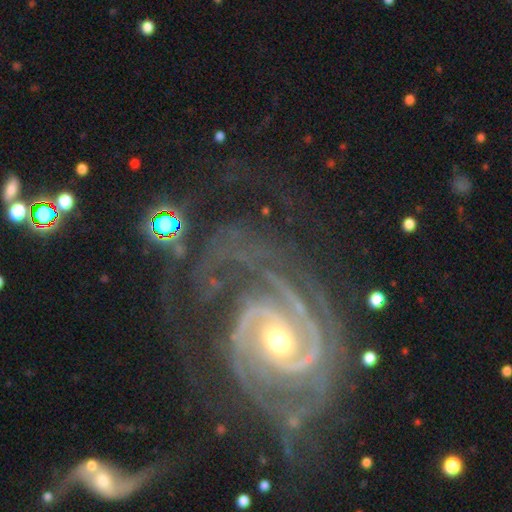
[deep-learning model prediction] Smooth or featured? Predicted: featured or disk (p=0.92). Edge-on disk? Predicted: no (p=0.97). Bar? Predicted: no (p=0.51). Spiral arms? Predicted: yes (p=0.98). Spiral winding? Predicted: tight (p=0.63). Spiral arm count? Predicted: 2 (p=0.49). Bulge size? Predicted: moderate (p=0.61). Merging? Predicted: none (p=0.56).